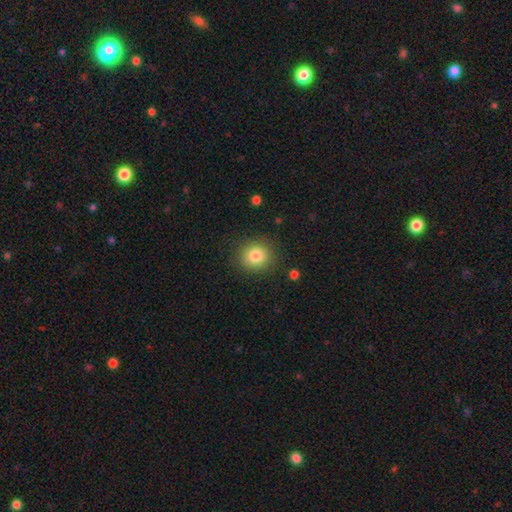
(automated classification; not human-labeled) smooth_or_featured: smooth (p=0.82) [alt: star or artifact p=0.11]
how_rounded: round (p=0.85) [alt: in between p=0.15]
merging: none (p=0.88) [alt: minor disturbance p=0.08]